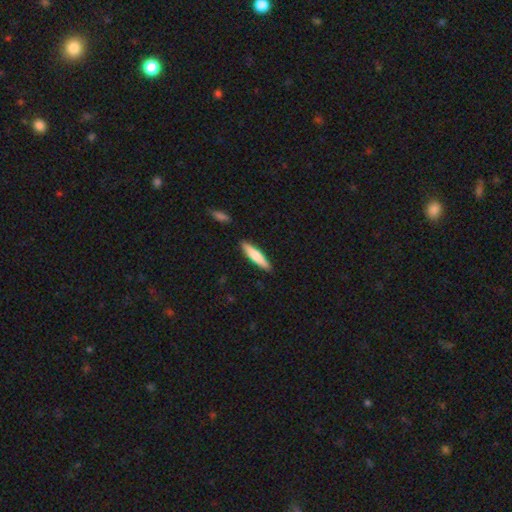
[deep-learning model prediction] Overall: smooth (76%). How rounded: cigar-shaped (81%). Merging: none (89%).